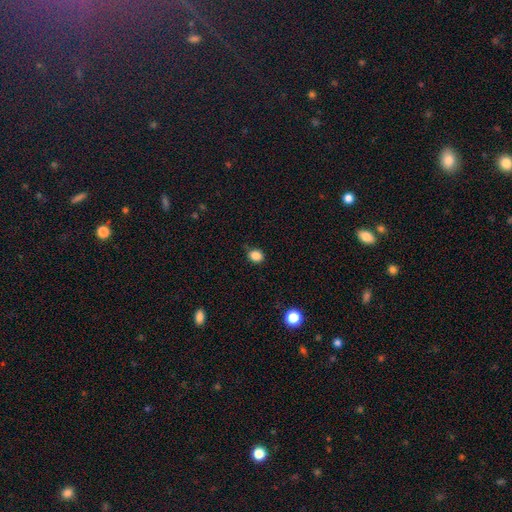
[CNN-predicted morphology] Smooth or featured: smooth — 86% (star or artifact — 11%)
How rounded: round — 55% (in between — 44%)
Merging: none — 80% (minor disturbance — 15%)